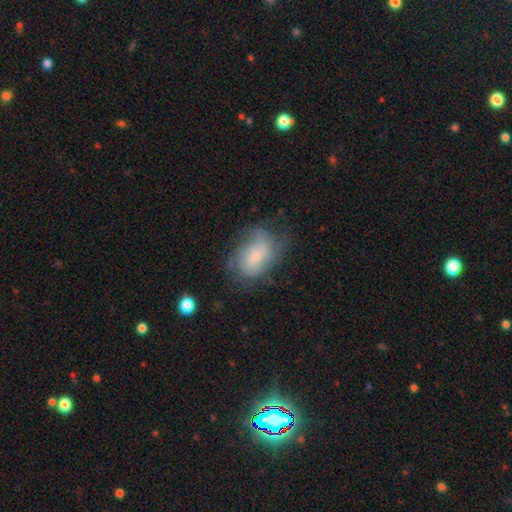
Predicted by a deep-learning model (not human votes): A smooth galaxy with no disk features (53%) that is in between round and cigar-shaped (83%).

Vote fractions:
- Smooth or featured? smooth: 53% / featured or disk: 39% / star or artifact: 9%
- How rounded? in between: 83% / round: 15% / cigar-shaped: 2%
- Merging? none: 48% / minor disturbance: 30% / major disturbance: 20% / merger: 2%